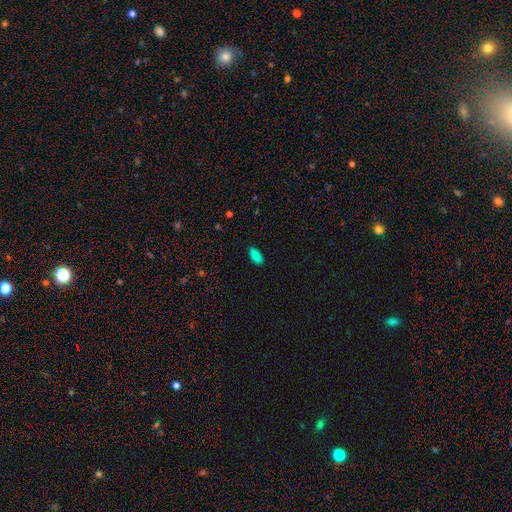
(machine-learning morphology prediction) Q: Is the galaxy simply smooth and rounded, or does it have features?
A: smooth — 87%.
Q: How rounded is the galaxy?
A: in between — 89%.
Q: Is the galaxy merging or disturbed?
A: none — 88%.